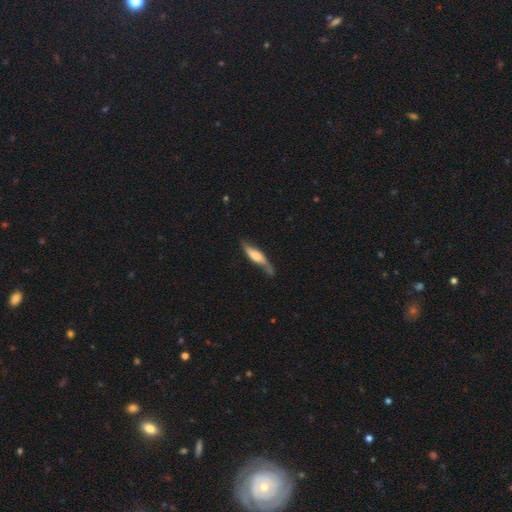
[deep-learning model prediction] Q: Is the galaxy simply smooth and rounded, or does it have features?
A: featured or disk — 54%.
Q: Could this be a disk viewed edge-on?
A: yes — 71%.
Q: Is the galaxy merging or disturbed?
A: none — 59%.